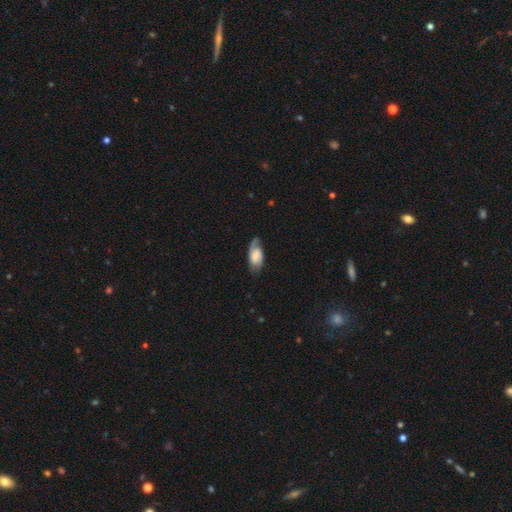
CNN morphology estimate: This is possibly a featured or disk galaxy (56%). It is clearly not viewed edge-on (93%). Bar: possibly no (50%). Spiral arm pattern: clearly yes (89%). Central bulge: marginally none (26%). Merging: likely none (61%).